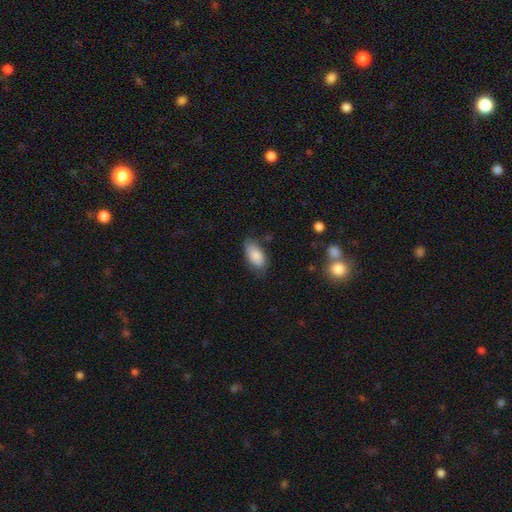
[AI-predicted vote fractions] Q: Smooth or featured?
A: smooth (85%); runner-up: featured or disk (8%)
Q: How rounded?
A: in between (92%); runner-up: cigar-shaped (5%)
Q: Merging?
A: none (70%); runner-up: minor disturbance (23%)